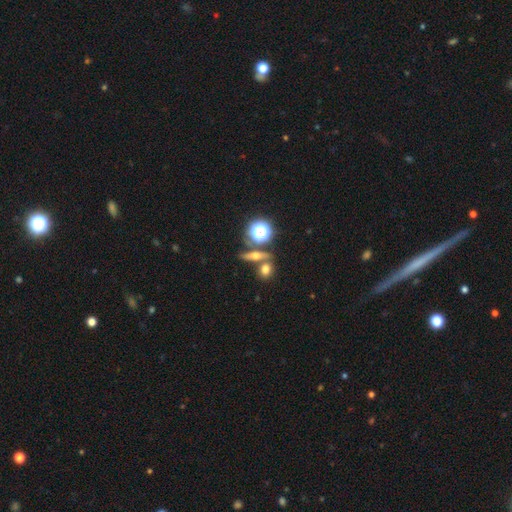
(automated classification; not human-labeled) Morphology: type=smooth (42%); merging=none (68%).